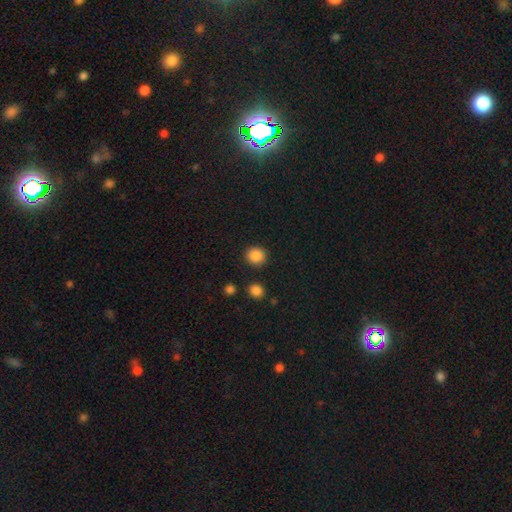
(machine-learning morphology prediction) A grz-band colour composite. It shows a smooth galaxy with no disk features (88%) that is round (88%). Merging: none (88%).